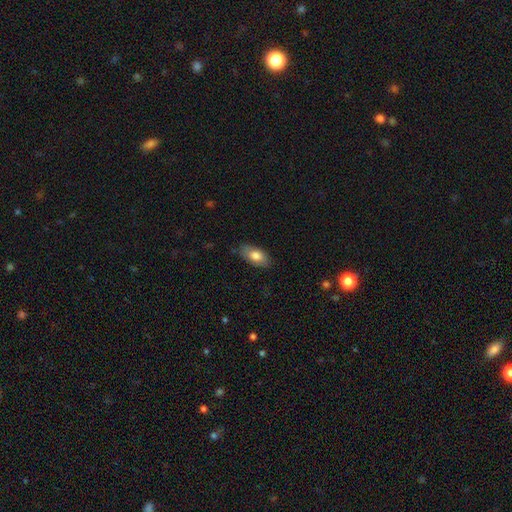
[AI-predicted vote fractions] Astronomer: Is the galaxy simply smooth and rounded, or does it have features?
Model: smooth — 77%.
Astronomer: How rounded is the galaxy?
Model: in between — 91%.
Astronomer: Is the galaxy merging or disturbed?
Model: none — 81%.